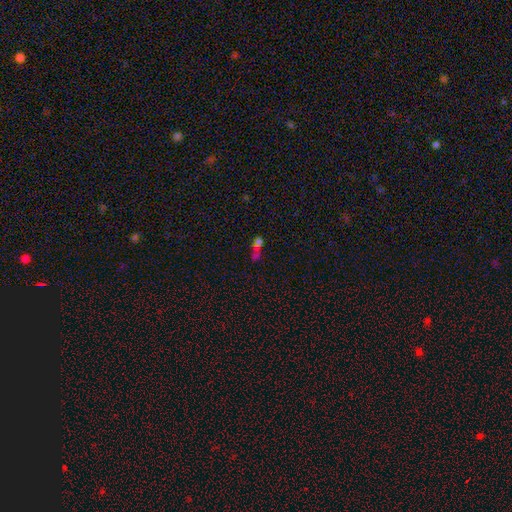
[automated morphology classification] type=smooth (49%); merging=merger (60%).